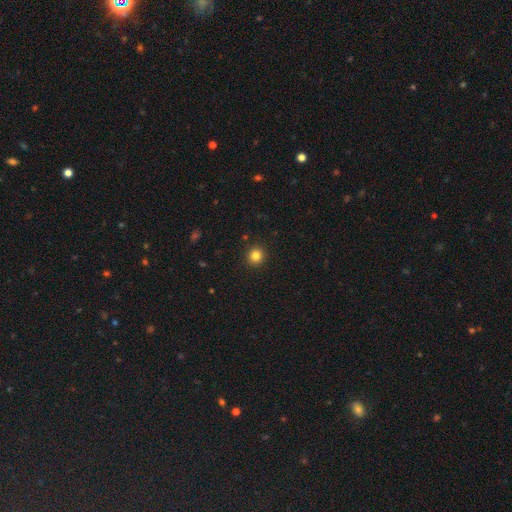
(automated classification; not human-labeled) A smooth galaxy with no disk features (84%) that is round (94%).

Vote fractions:
- Smooth or featured? smooth: 84% / star or artifact: 12% / featured or disk: 4%
- How rounded? round: 94% / in between: 5% / cigar-shaped: 1%
- Merging? none: 92% / minor disturbance: 5% / major disturbance: 2% / merger: 1%